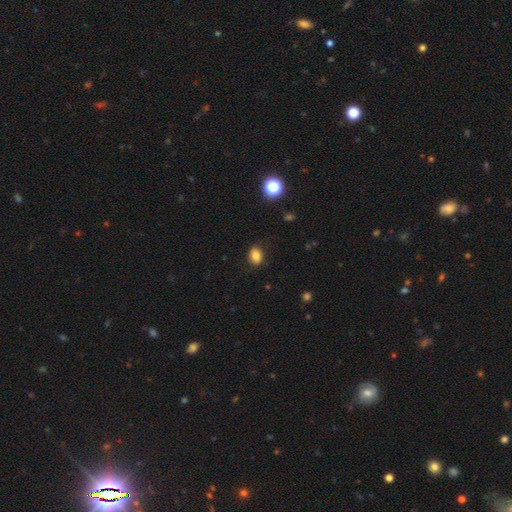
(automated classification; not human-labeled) Smooth or featured?
  - smooth: 81% *
  - star or artifact: 11%
  - featured or disk: 8%
How rounded?
  - in between: 65% *
  - round: 34%
  - cigar-shaped: 1%
Merging?
  - none: 84% *
  - minor disturbance: 12%
  - major disturbance: 3%
  - merger: 1%